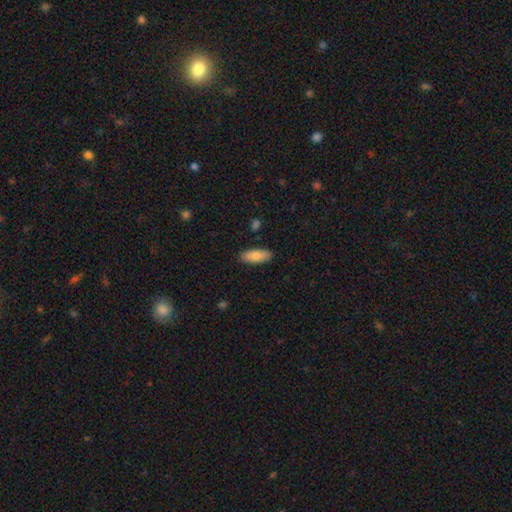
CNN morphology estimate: A smooth galaxy with no disk features (85%) that is in between round and cigar-shaped (75%). Merging: none (88%).